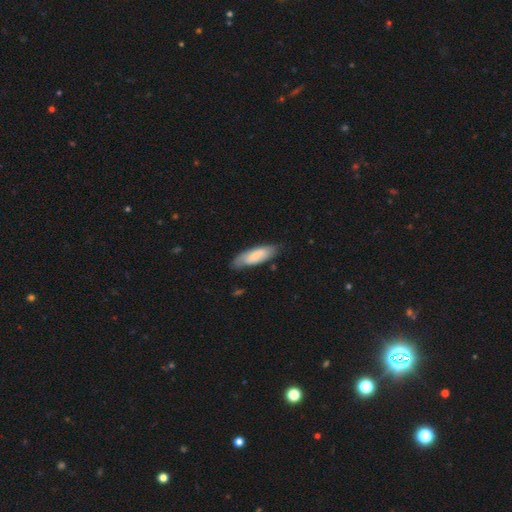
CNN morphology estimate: smooth 76%, featured or disk 19%, star or artifact 5%. Down the decision tree: how rounded — in between (53%); merging — none (74%).